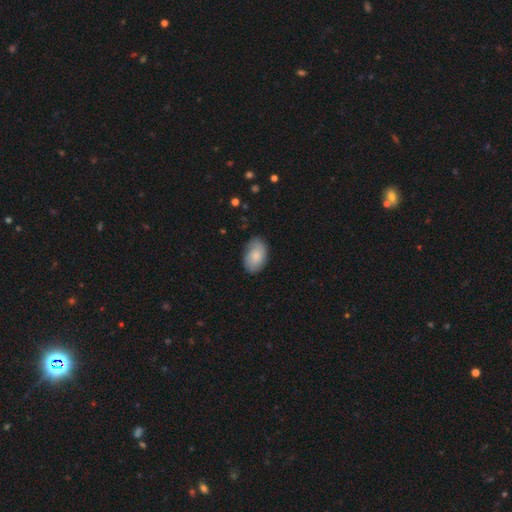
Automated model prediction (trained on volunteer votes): smooth-or-featured: smooth: 73% | featured or disk: 20% | star or artifact: 6%
  how-rounded: in between: 91% | round: 8% | cigar-shaped: 1%
  merging: none: 74% | minor disturbance: 20% | major disturbance: 4% | merger: 1%